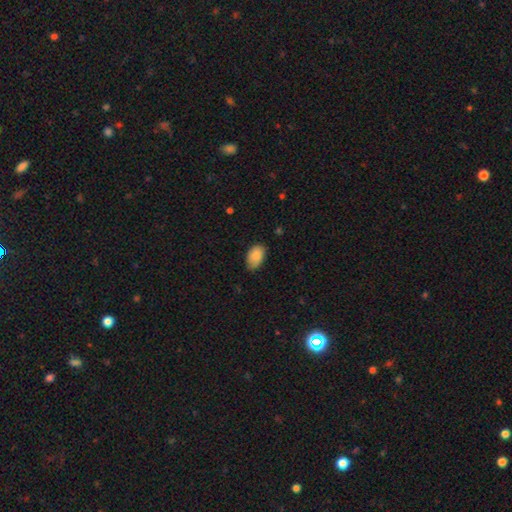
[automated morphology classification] This appears to be a smooth galaxy with no disk features (86%) that is in between round and cigar-shaped (91%). Merging: none (75%).